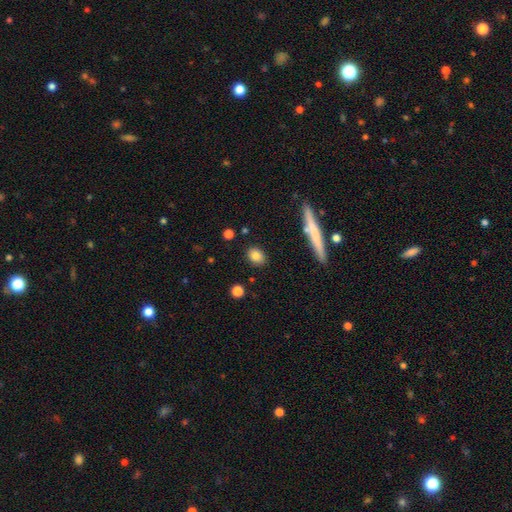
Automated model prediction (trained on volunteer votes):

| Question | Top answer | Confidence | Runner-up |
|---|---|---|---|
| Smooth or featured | smooth | 81% | featured or disk (9%) |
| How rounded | round | 49% | in between (47%) |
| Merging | none | 88% | minor disturbance (8%) |